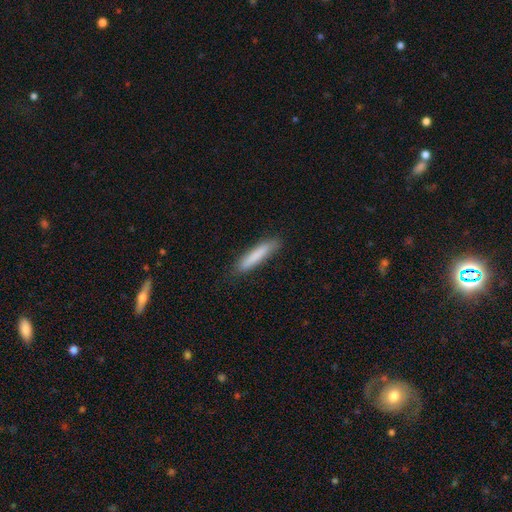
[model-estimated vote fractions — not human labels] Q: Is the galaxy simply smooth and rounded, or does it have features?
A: smooth — 81%.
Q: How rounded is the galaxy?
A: cigar-shaped — 89%.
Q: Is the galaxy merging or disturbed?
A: none — 85%.